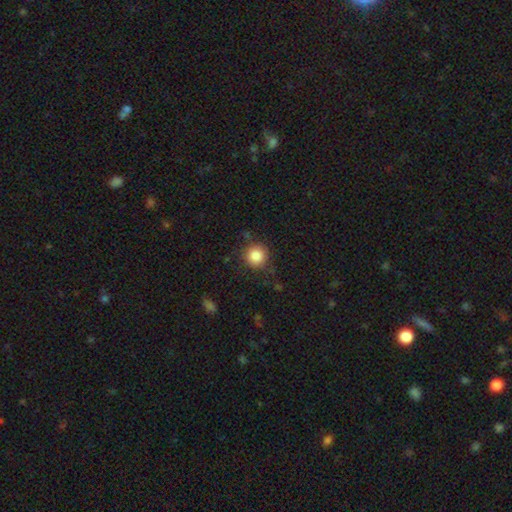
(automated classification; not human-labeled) A smooth galaxy with no disk features (85%) that is round (94%).

Vote fractions:
- Smooth or featured? smooth: 85% / star or artifact: 10% / featured or disk: 5%
- How rounded? round: 94% / in between: 5% / cigar-shaped: 1%
- Merging? none: 84% / minor disturbance: 11% / major disturbance: 3% / merger: 2%